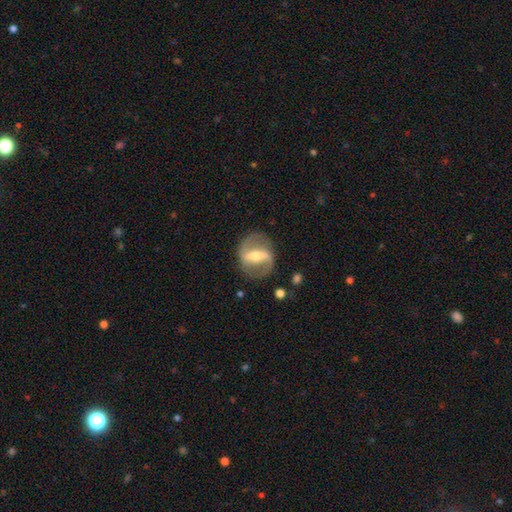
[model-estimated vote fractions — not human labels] This appears to be a featured or disk galaxy (78%) with a strong bar (72%), spiral arms (66%) and a moderate central bulge (53%). Merging: none (79%).